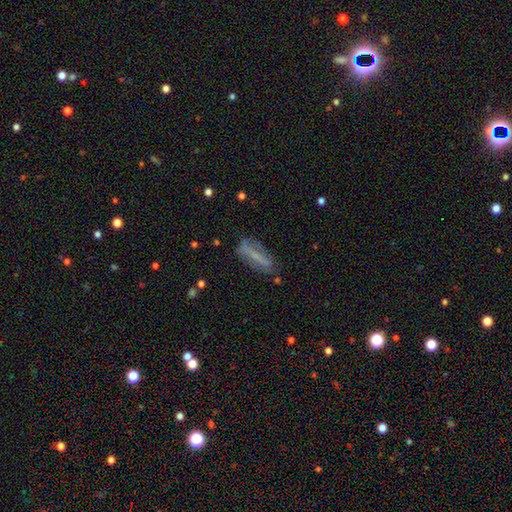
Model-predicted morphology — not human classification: Overall: smooth (50%; featured or disk 39%). How rounded: cigar-shaped (76%). Merging: none (70%).